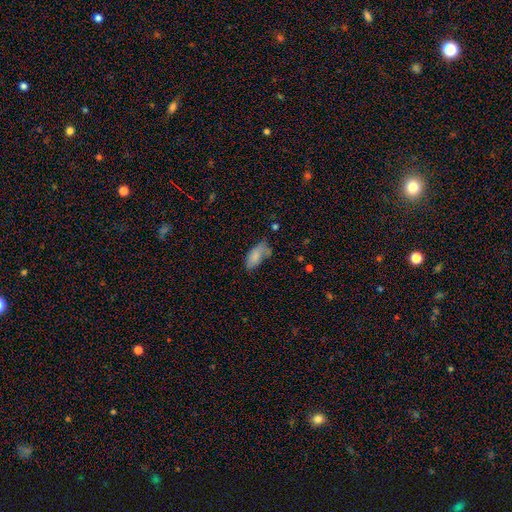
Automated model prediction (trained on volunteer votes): A smooth galaxy with no disk features (78%) that is in between round and cigar-shaped (90%).

Vote fractions:
- Smooth or featured? smooth: 78% / featured or disk: 13% / star or artifact: 9%
- How rounded? in between: 90% / cigar-shaped: 8% / round: 3%
- Merging? none: 40% / minor disturbance: 34% / major disturbance: 18% / merger: 8%